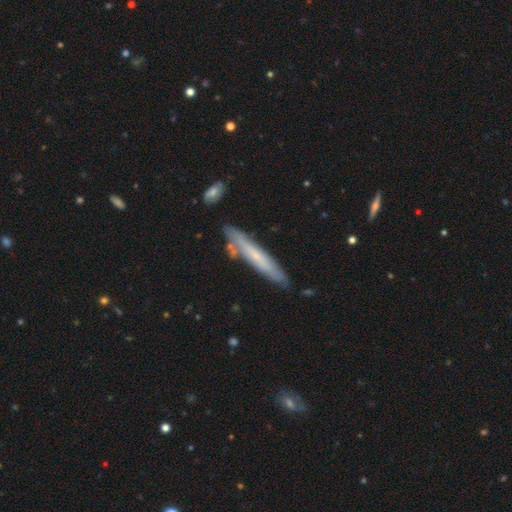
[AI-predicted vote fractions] Q: Smooth or featured?
A: featured or disk (48%); runner-up: smooth (46%)
Q: Merging?
A: none (76%); runner-up: minor disturbance (15%)